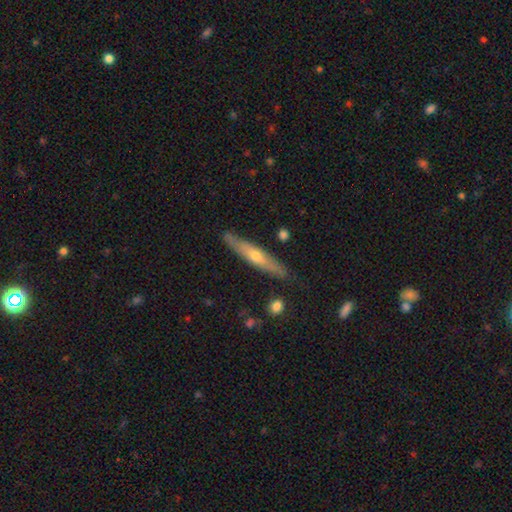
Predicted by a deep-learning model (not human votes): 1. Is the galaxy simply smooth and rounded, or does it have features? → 62% featured or disk, 31% smooth, 6% star or artifact.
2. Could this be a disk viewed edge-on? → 91% yes, 9% no.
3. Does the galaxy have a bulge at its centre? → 79% rounded, 18% none, 3% boxy.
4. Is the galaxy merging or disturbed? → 85% none, 11% minor disturbance, 2% major disturbance, 2% merger.